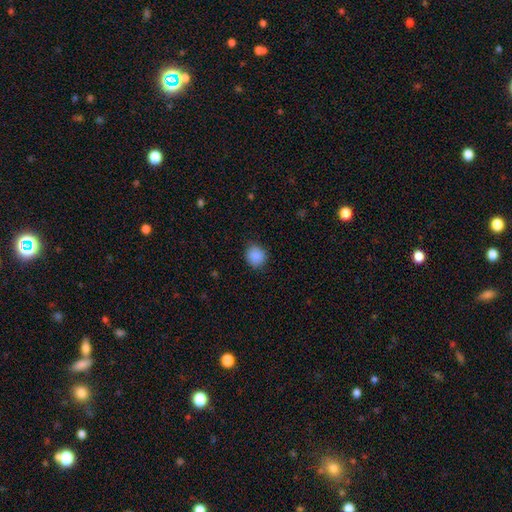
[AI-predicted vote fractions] This appears to be a smooth galaxy with no disk features (88%) that is round (84%). Merging: none (87%).